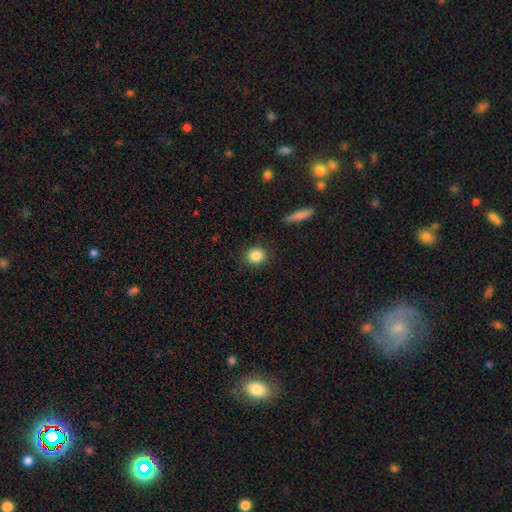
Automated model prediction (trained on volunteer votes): smooth-or-featured: smooth: 86% | star or artifact: 9% | featured or disk: 5%
  how-rounded: round: 87% | in between: 11% | cigar-shaped: 1%
  merging: none: 89% | minor disturbance: 8% | major disturbance: 2% | merger: 1%